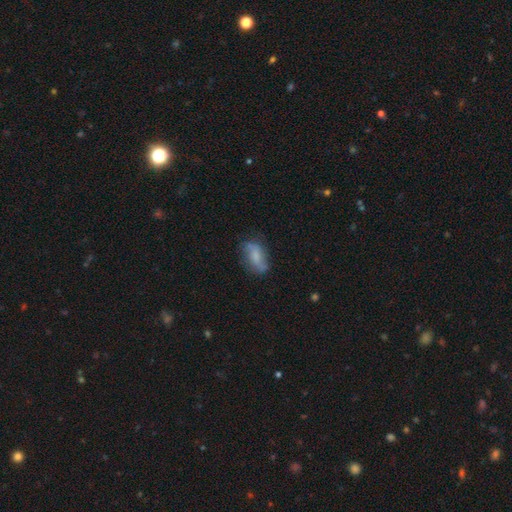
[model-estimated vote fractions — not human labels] smooth 54%, featured or disk 37%, star or artifact 9%. Down the decision tree: how rounded — in between (84%); merging — none (58%).